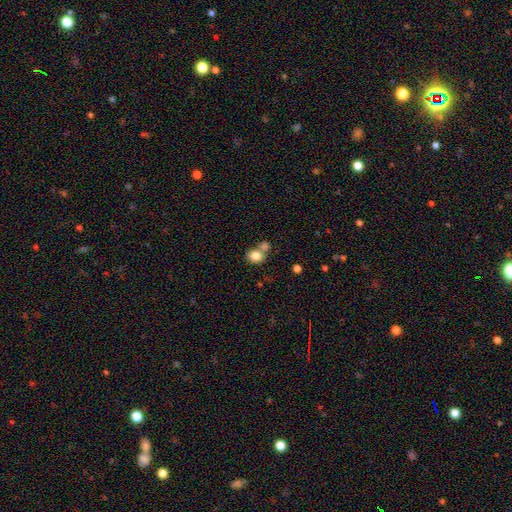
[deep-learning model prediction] This is clearly a smooth galaxy (81%). How rounded: likely round (62%). Merging: possibly none (46%).